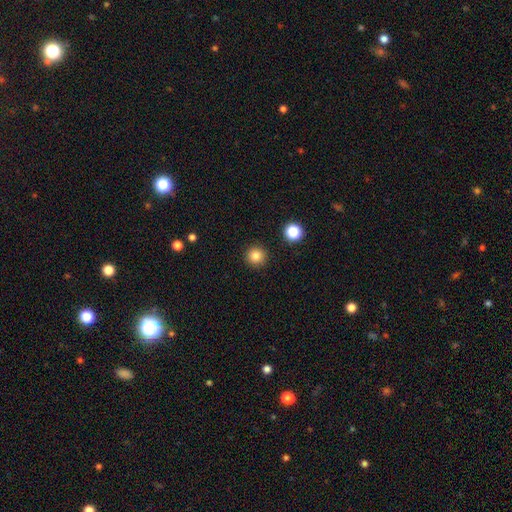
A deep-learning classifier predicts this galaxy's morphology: smooth 83%, star or artifact 12%, featured or disk 5%. Down the decision tree: how rounded — round (95%); merging — none (92%).